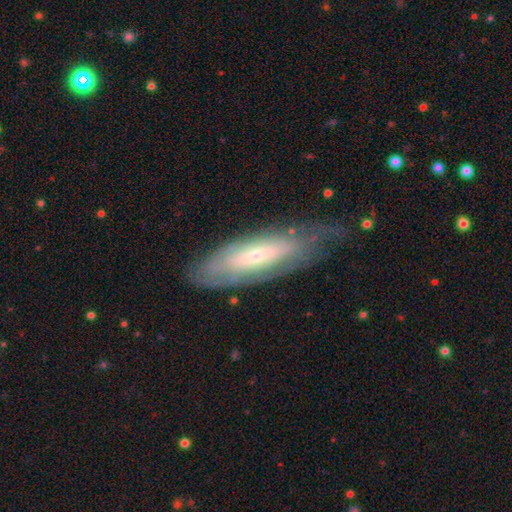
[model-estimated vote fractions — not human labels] A featured or disk galaxy (59%).

Vote fractions:
- Smooth or featured? featured or disk: 59% / smooth: 34% / star or artifact: 7%
- Edge-on disk? no: 72% / yes: 28%
- Merging? none: 59% / minor disturbance: 27% / major disturbance: 13% / merger: 2%